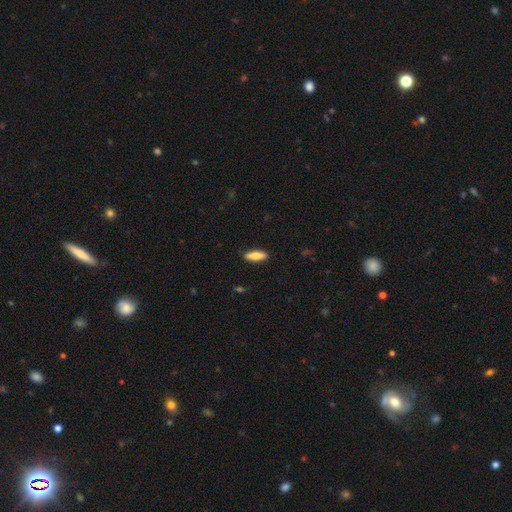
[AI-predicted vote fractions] This is likely a smooth galaxy (76%). How rounded: possibly in between (51%). Merging: clearly none (89%).